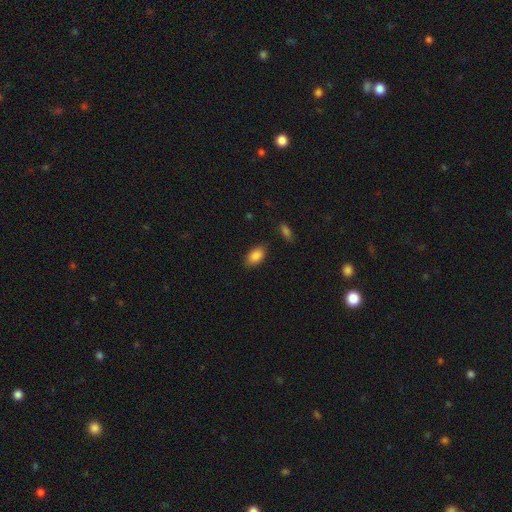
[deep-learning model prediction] This is clearly a smooth galaxy (87%). How rounded: clearly in between (92%). Merging: clearly none (84%).